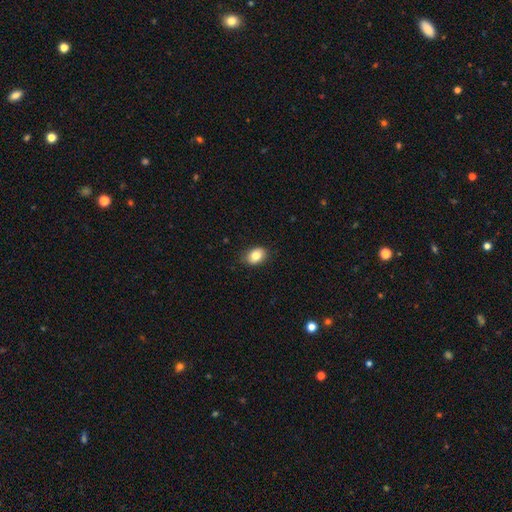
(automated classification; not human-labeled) Smooth or featured?
  - smooth: 83% *
  - featured or disk: 9%
  - star or artifact: 8%
How rounded?
  - in between: 76% *
  - round: 23%
  - cigar-shaped: 1%
Merging?
  - none: 86% *
  - minor disturbance: 11%
  - major disturbance: 2%
  - merger: 1%